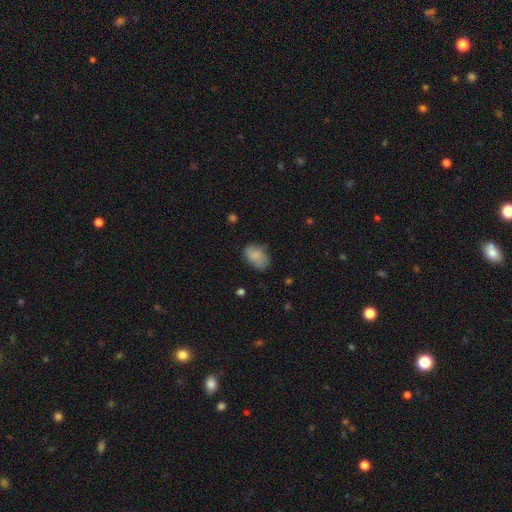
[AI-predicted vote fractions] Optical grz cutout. It shows a smooth galaxy with no disk features (81%) that is in between round and cigar-shaped (83%). Merging: none (65%).